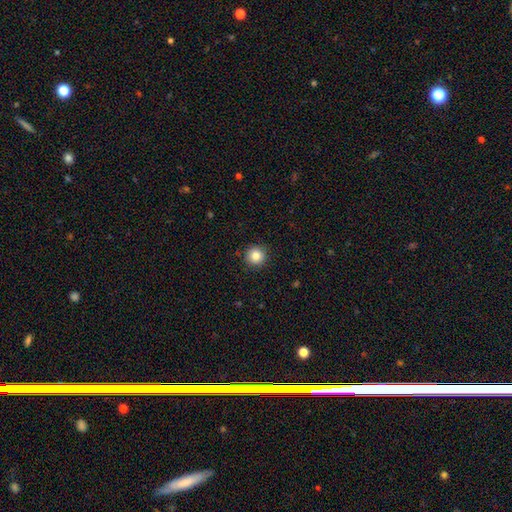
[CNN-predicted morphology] Q: Smooth or featured?
A: smooth (84%); runner-up: star or artifact (10%)
Q: How rounded?
A: round (95%); runner-up: in between (4%)
Q: Merging?
A: none (91%); runner-up: minor disturbance (6%)